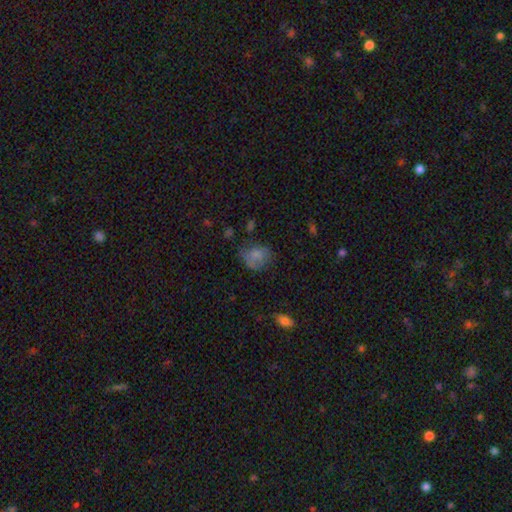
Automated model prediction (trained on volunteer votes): A smooth galaxy with no disk features (72%) that is round (56%).

Vote fractions:
- Smooth or featured? smooth: 72% / featured or disk: 16% / star or artifact: 12%
- How rounded? round: 56% / in between: 43% / cigar-shaped: 1%
- Merging? none: 49% / minor disturbance: 30% / major disturbance: 18% / merger: 4%